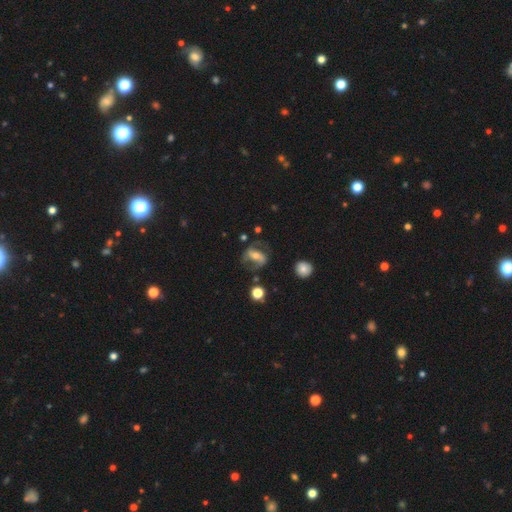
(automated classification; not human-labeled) Morphology: type=featured or disk (75%); edge-on=no (94%); bar=strong (49%); spiral arms=yes (86%); winding=medium (44%); arm count=2 (87%); bulge=moderate (53%); merging=none (64%).